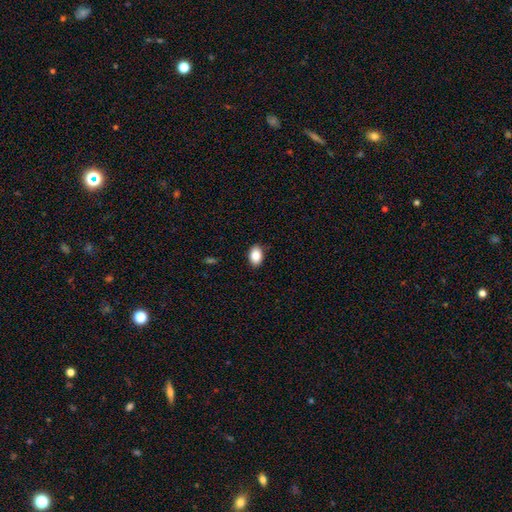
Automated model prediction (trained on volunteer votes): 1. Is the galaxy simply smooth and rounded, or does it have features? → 87% smooth, 8% star or artifact, 5% featured or disk.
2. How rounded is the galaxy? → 83% in between, 16% round, 1% cigar-shaped.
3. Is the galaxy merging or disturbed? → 88% none, 9% minor disturbance, 2% major disturbance, 1% merger.